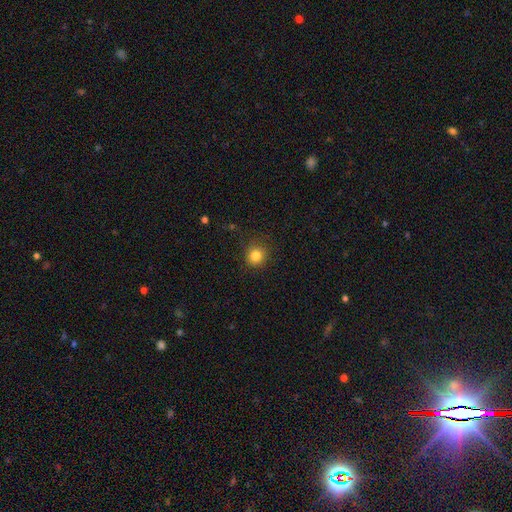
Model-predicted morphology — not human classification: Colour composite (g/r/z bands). It shows a smooth galaxy with no disk features (83%) that is round (88%). Merging: none (84%).